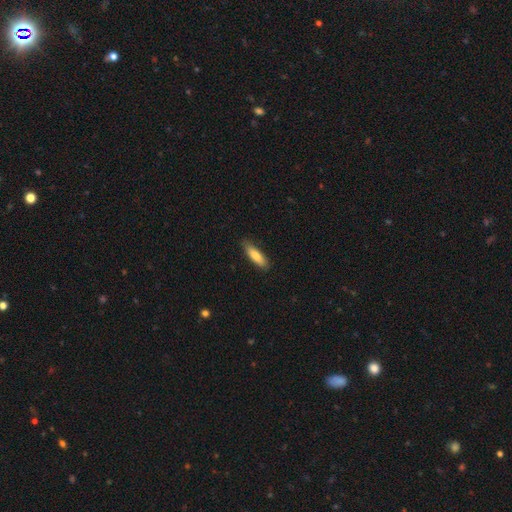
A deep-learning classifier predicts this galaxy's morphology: type=smooth (79%); roundness=cigar-shaped (58%); merging=none (82%).